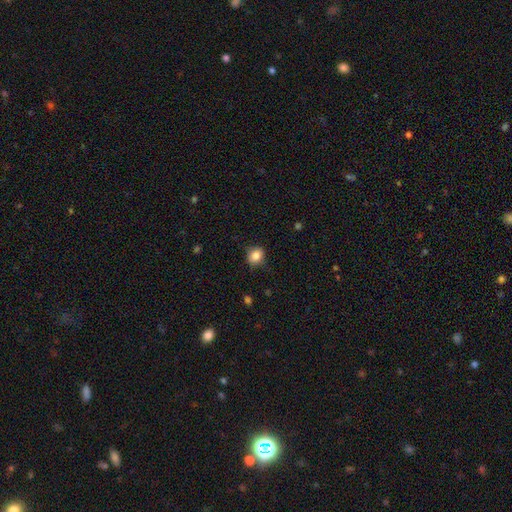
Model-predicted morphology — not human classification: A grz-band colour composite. It shows a smooth galaxy with no disk features (84%) that is round (69%). Merging: none (82%).